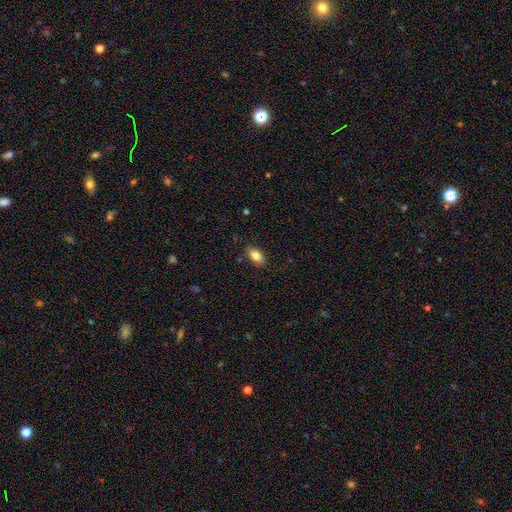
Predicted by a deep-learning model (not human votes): Smooth or featured: smooth — 84% (featured or disk — 8%)
How rounded: in between — 91% (round — 6%)
Merging: none — 86% (minor disturbance — 11%)